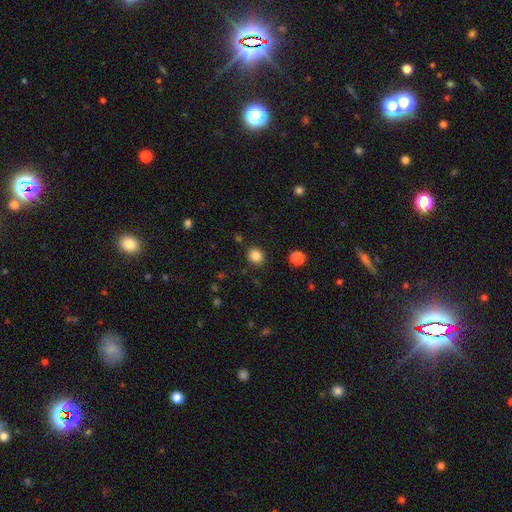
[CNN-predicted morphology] smooth_or_featured: smooth (p=0.85) [alt: star or artifact p=0.11]
how_rounded: round (p=0.69) [alt: in between p=0.31]
merging: none (p=0.86) [alt: minor disturbance p=0.09]